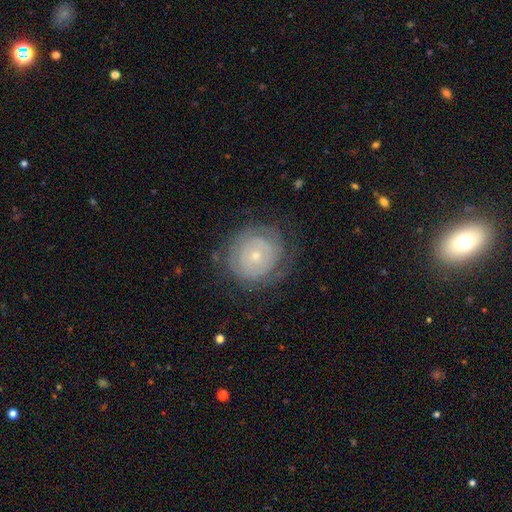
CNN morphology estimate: type=featured or disk (57%); edge-on=no (97%); bar=no (86%); spiral arms=yes (60%); bulge=small (78%); merging=none (73%).